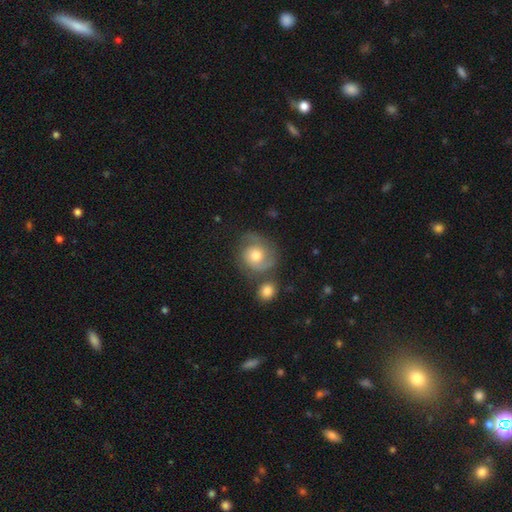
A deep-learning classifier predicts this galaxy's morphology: This is likely a featured or disk galaxy (64%). It is clearly not viewed edge-on (98%). Bar: likely no (77%). Spiral arm pattern: clearly yes (90%). Spiral arm count: likely 2 (75%). Spiral winding: marginally tight (44%). Central bulge: likely moderate (72%). Merging: likely none (64%).